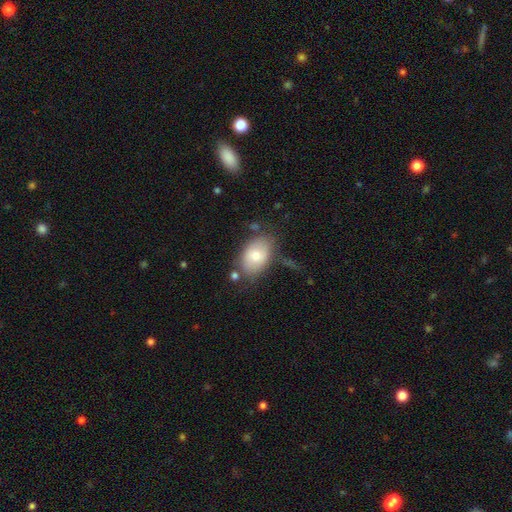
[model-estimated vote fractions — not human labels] Smooth or featured?
  - smooth: 75% *
  - featured or disk: 18%
  - star or artifact: 7%
How rounded?
  - in between: 87% *
  - round: 12%
  - cigar-shaped: 1%
Merging?
  - none: 67% *
  - minor disturbance: 20%
  - major disturbance: 7%
  - merger: 6%